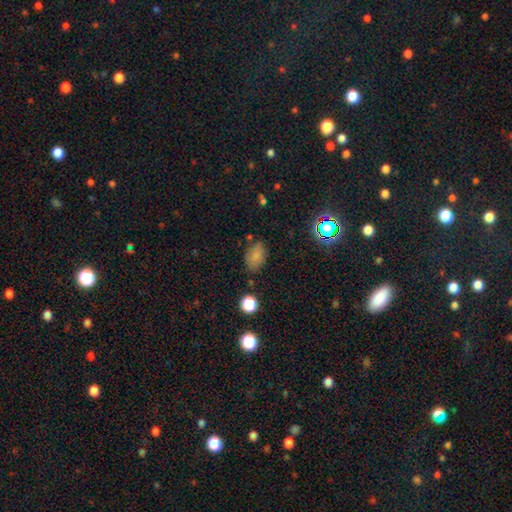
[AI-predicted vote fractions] Smooth or featured? Predicted: smooth (p=0.78). How rounded? Predicted: in between (p=0.85). Merging? Predicted: none (p=0.70).